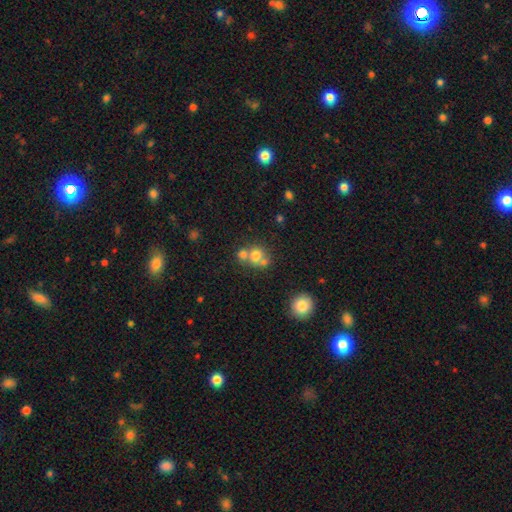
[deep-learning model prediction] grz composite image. It shows a smooth galaxy with no disk features (71%) that is round (78%). Merging: merger (48%).